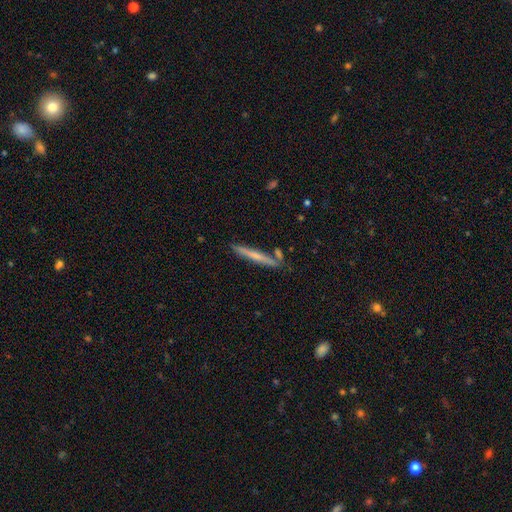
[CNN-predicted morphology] smooth-or-featured: featured or disk: 47% (tied) | smooth: 47% (tied) | star or artifact: 6%
  merging: none: 83% | minor disturbance: 11% | merger: 5% | major disturbance: 2%